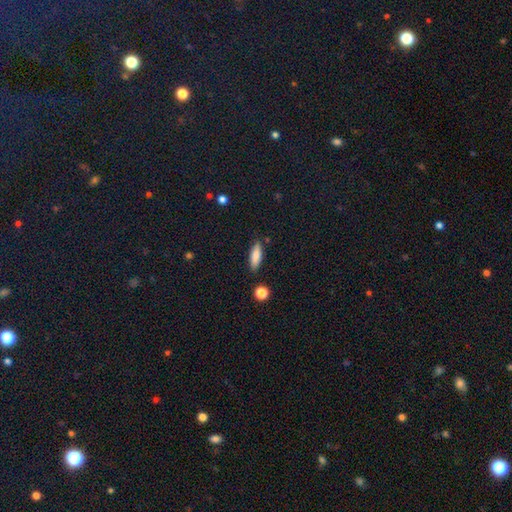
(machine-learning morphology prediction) A smooth galaxy with no disk features (81%) that is in between round and cigar-shaped (53%).

Vote fractions:
- Smooth or featured? smooth: 81% / featured or disk: 12% / star or artifact: 7%
- How rounded? in between: 53% / cigar-shaped: 44% / round: 3%
- Merging? none: 84% / minor disturbance: 11% / merger: 3% / major disturbance: 2%